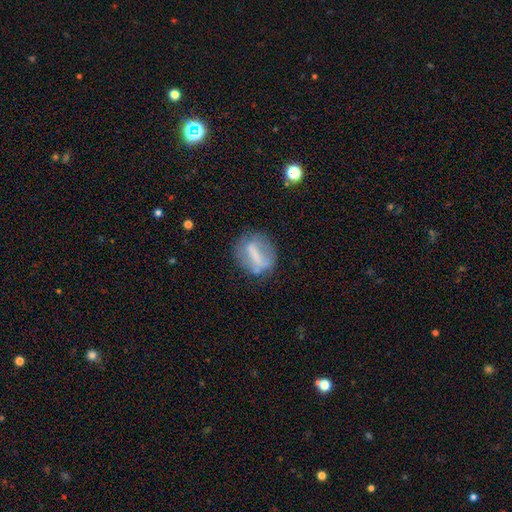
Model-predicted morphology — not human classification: type=smooth (45%, tied with featured or disk); merging=none (62%).